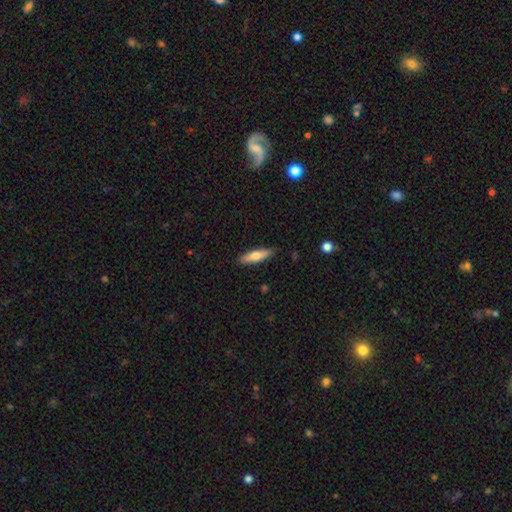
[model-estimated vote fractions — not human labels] Q: Smooth or featured?
A: smooth (67%); runner-up: featured or disk (27%)
Q: How rounded?
A: cigar-shaped (67%); runner-up: in between (31%)
Q: Merging?
A: none (88%); runner-up: minor disturbance (9%)